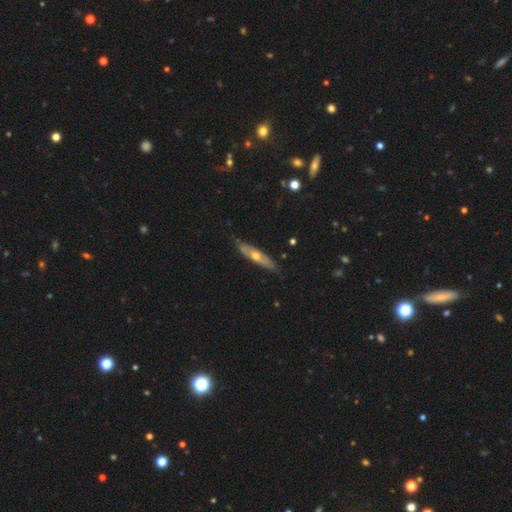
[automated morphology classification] smooth-or-featured: featured or disk: 59% | smooth: 35% | star or artifact: 6%
  disk-edge-on: yes: 69% | no: 31%
  merging: none: 81% | minor disturbance: 15% | major disturbance: 3% | merger: 1%